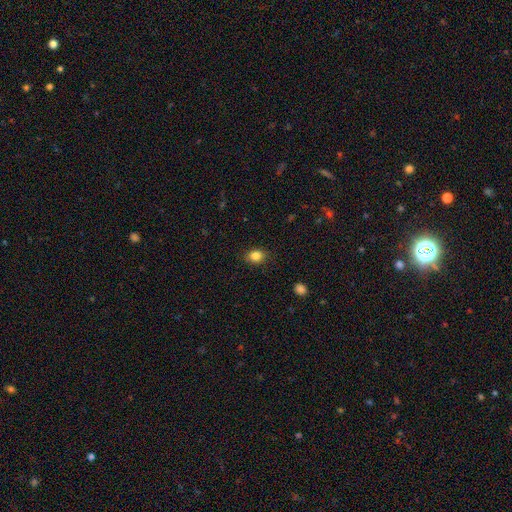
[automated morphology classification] This appears to be a smooth galaxy with no disk features (84%) that is in between round and cigar-shaped (52%). Merging: none (87%).